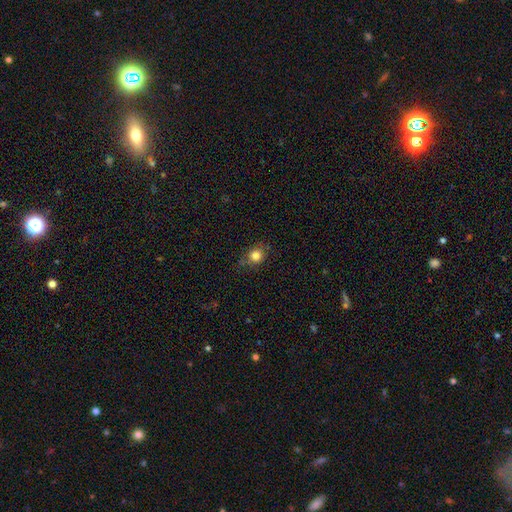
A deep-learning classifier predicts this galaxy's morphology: Smooth or featured?
  - smooth: 81% *
  - star or artifact: 11%
  - featured or disk: 7%
How rounded?
  - round: 74% *
  - in between: 25%
  - cigar-shaped: 1%
Merging?
  - none: 76% *
  - minor disturbance: 18%
  - major disturbance: 4%
  - merger: 2%